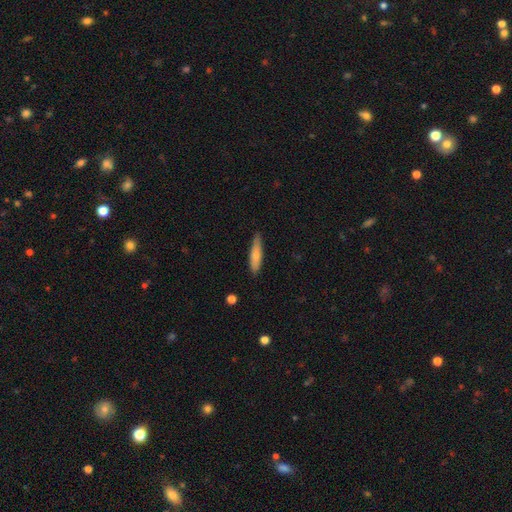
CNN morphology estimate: Overall: smooth (72%). How rounded: cigar-shaped (78%). Merging: none (80%).